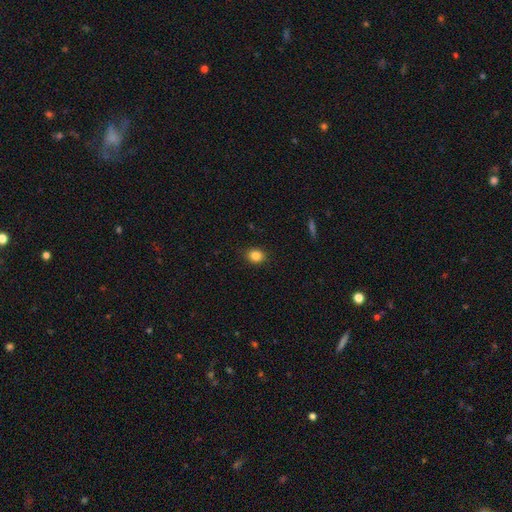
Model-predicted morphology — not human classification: type=smooth (85%); roundness=round (63%); merging=none (88%).